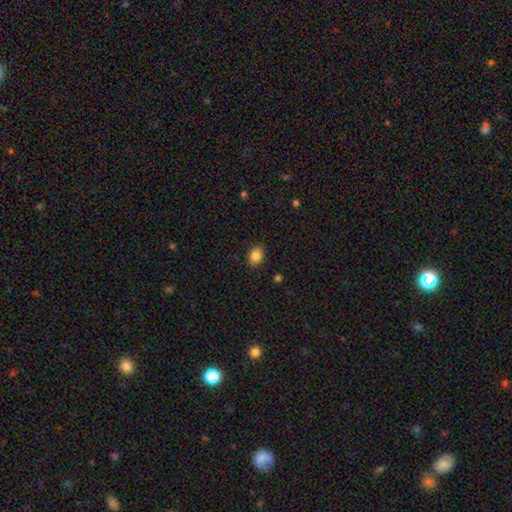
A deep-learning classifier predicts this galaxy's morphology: Smooth or featured: smooth — 86% (star or artifact — 9%)
How rounded: in between — 72% (round — 27%)
Merging: none — 87% (minor disturbance — 10%)